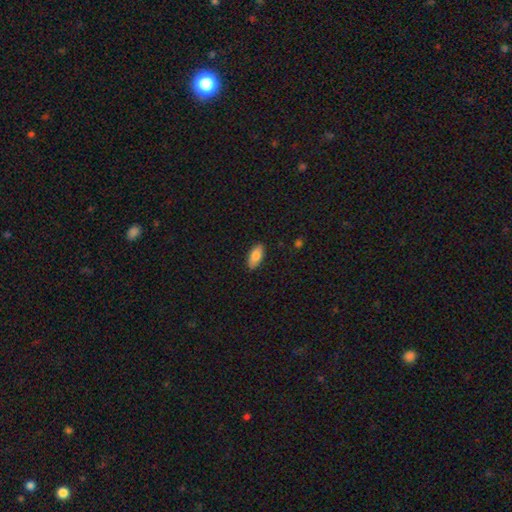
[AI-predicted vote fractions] Overall: smooth (83%). How rounded: in between (88%). Merging: none (88%).